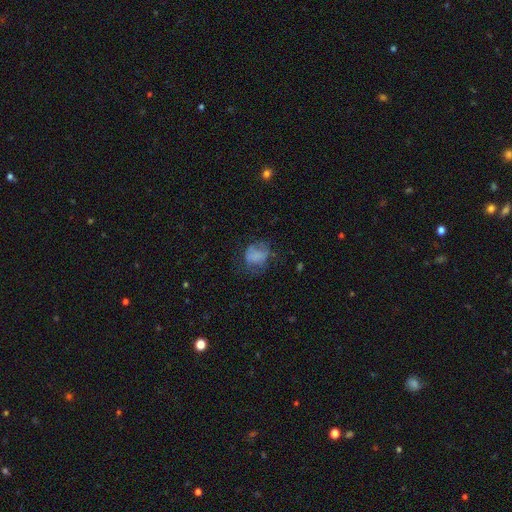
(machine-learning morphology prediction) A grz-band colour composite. It shows a smooth galaxy with no disk features (62%) that is round (58%). Merging: none (44%).